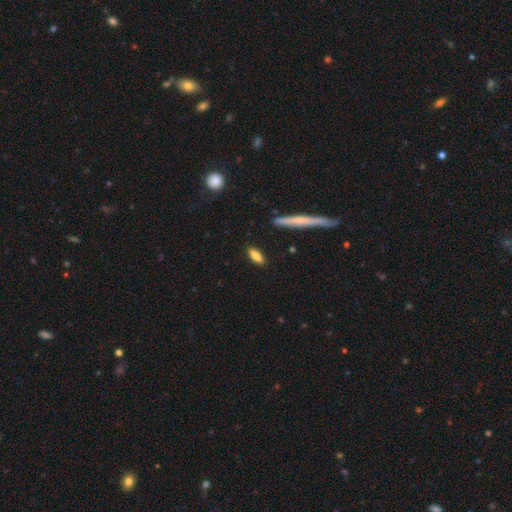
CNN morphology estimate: A smooth galaxy with no disk features (80%) that is in between round and cigar-shaped (63%).

Vote fractions:
- Smooth or featured? smooth: 80% / featured or disk: 13% / star or artifact: 7%
- How rounded? in between: 63% / cigar-shaped: 34% / round: 3%
- Merging? none: 88% / minor disturbance: 9% / major disturbance: 2% / merger: 2%